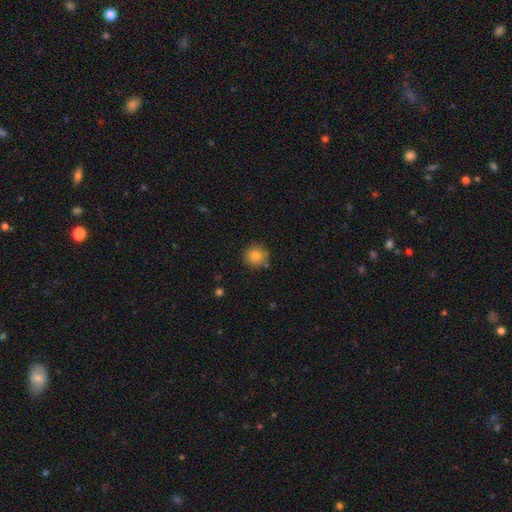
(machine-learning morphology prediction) This appears to be a smooth galaxy with no disk features (81%) that is round (93%). Merging: none (84%).